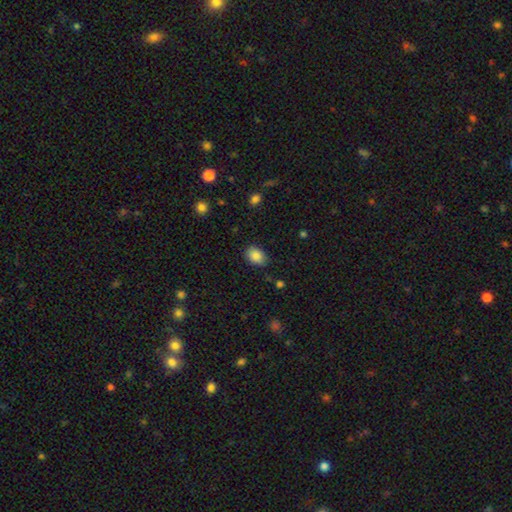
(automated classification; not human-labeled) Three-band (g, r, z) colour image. It shows a smooth galaxy with no disk features (87%) that is in between round and cigar-shaped (71%). Merging: none (80%).